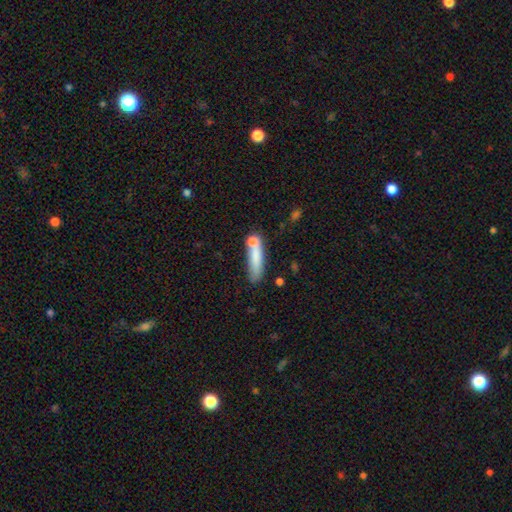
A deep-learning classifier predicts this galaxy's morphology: Smooth or featured: smooth — 75% (featured or disk — 17%)
How rounded: cigar-shaped — 75% (in between — 23%)
Merging: none — 53% (merger — 21%)